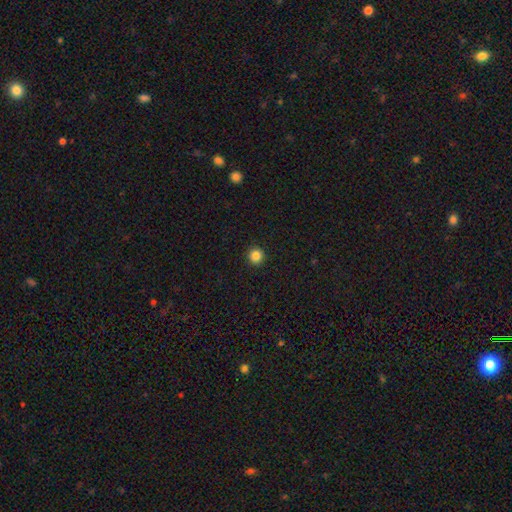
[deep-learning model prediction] Overall: smooth (85%). How rounded: round (96%). Merging: none (93%).